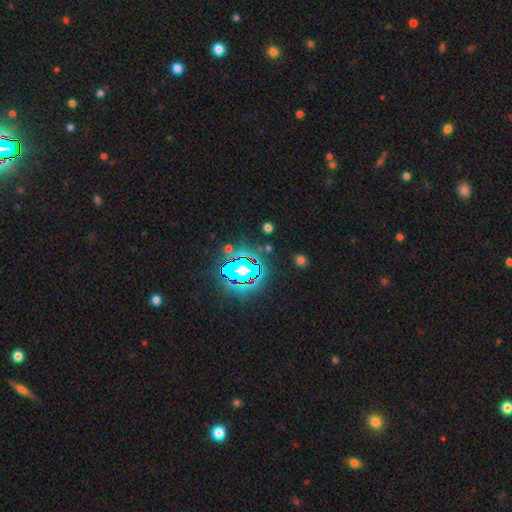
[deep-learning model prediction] star or artifact 84%, smooth 9%, featured or disk 7%.